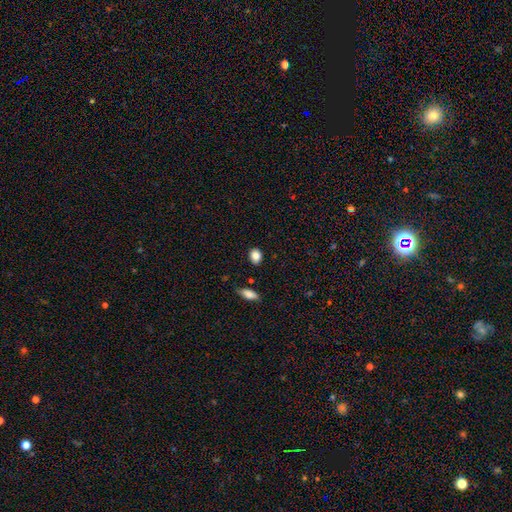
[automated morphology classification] Overall: smooth (87%). How rounded: in between (55%; round 43%). Merging: none (85%).